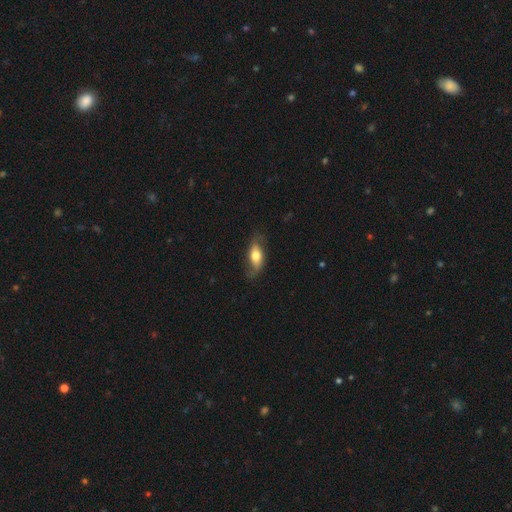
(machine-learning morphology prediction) Smooth or featured?
  - smooth: 57% *
  - featured or disk: 36%
  - star or artifact: 6%
How rounded?
  - in between: 78% *
  - cigar-shaped: 17%
  - round: 5%
Merging?
  - none: 67% *
  - minor disturbance: 24%
  - major disturbance: 8%
  - merger: 1%